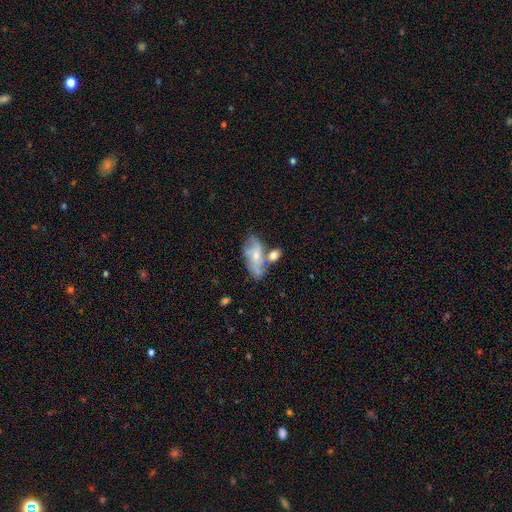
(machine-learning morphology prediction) smooth_or_featured: featured or disk (p=0.53) [alt: smooth p=0.39]
disk_edge_on: no (p=0.91) [alt: yes p=0.09]
merging: none (p=0.39) [alt: merger p=0.29]